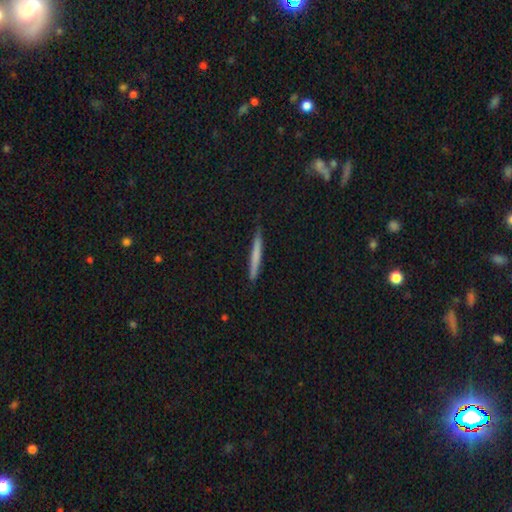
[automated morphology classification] This is likely a smooth galaxy (65%). How rounded: clearly cigar-shaped (96%). Merging: clearly none (86%).